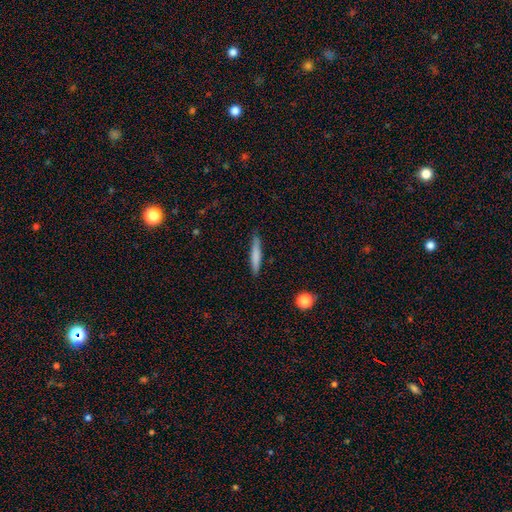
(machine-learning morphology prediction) Smooth or featured? Predicted: smooth (p=0.74). How rounded? Predicted: cigar-shaped (p=0.93). Merging? Predicted: none (p=0.87).